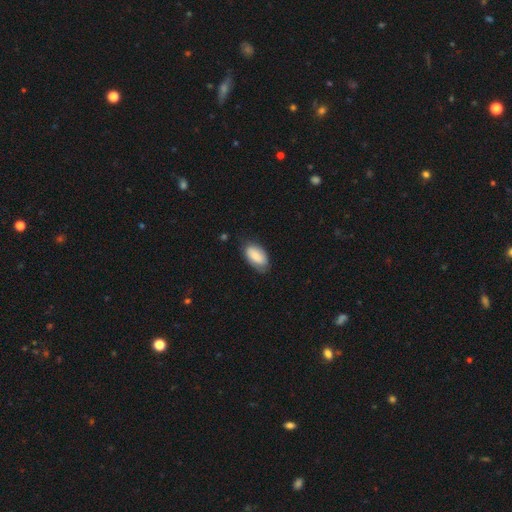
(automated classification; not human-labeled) A smooth galaxy with no disk features (85%) that is in between round and cigar-shaped (94%).

Vote fractions:
- Smooth or featured? smooth: 85% / featured or disk: 9% / star or artifact: 6%
- How rounded? in between: 94% / round: 3% / cigar-shaped: 3%
- Merging? none: 72% / minor disturbance: 22% / major disturbance: 4% / merger: 1%